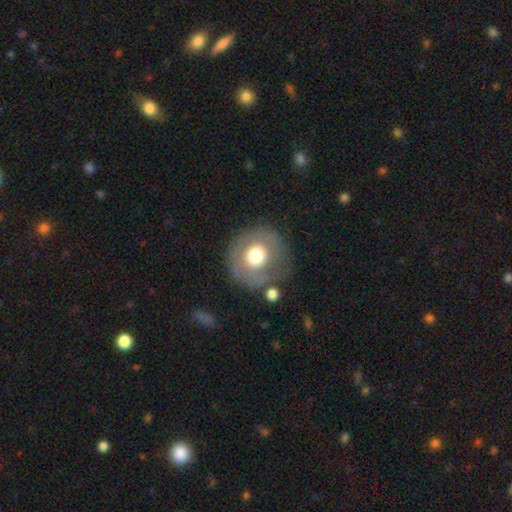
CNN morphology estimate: This appears to be a smooth galaxy with no disk features (63%) that is round (91%). Merging: none (70%).